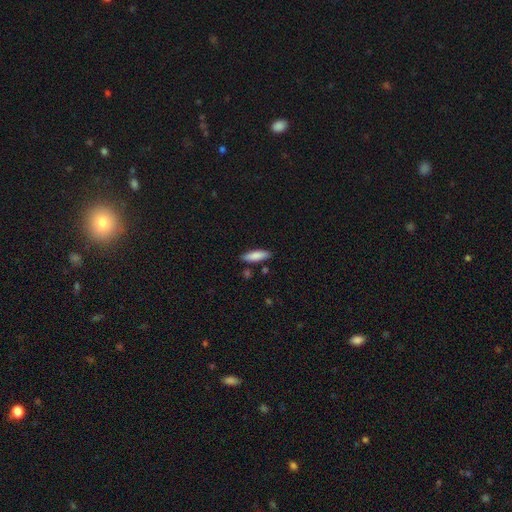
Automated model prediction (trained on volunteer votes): Smooth or featured?
  - smooth: 85% *
  - featured or disk: 9%
  - star or artifact: 6%
How rounded?
  - cigar-shaped: 53% *
  - in between: 46%
  - round: 2%
Merging?
  - none: 84% *
  - minor disturbance: 11%
  - merger: 3%
  - major disturbance: 2%